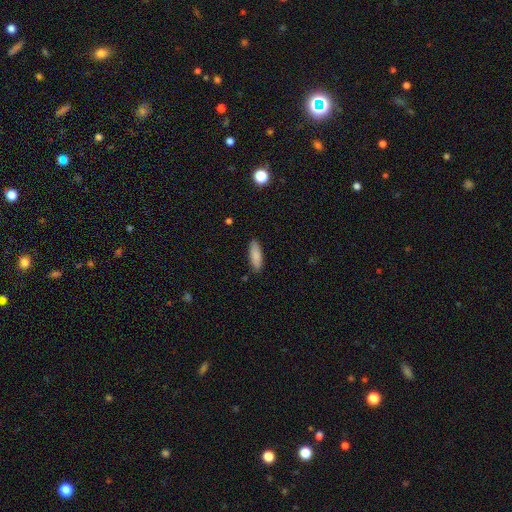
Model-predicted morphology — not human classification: Smooth or featured? smooth (86%)
How rounded? in between (52%)
Merging? none (87%)